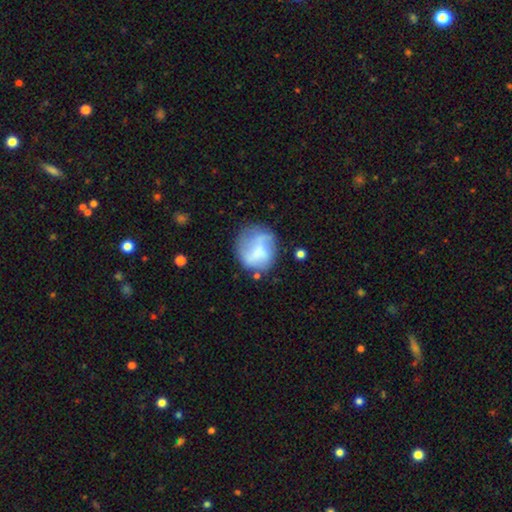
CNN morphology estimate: Smooth or featured: smooth — 56% (featured or disk — 36%)
How rounded: round — 76% (in between — 23%)
Merging: none — 51% (minor disturbance — 24%)